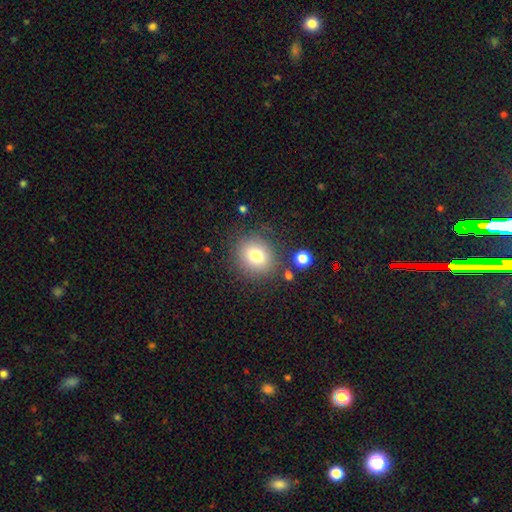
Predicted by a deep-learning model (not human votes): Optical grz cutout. It shows a smooth galaxy with no disk features (76%) that is round (78%). Merging: none (80%).